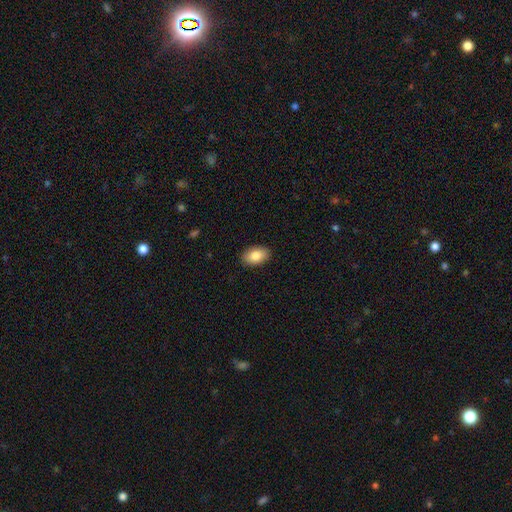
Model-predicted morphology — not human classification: smooth 85%, featured or disk 8%, star or artifact 7%. Down the decision tree: how rounded — in between (92%); merging — none (90%).